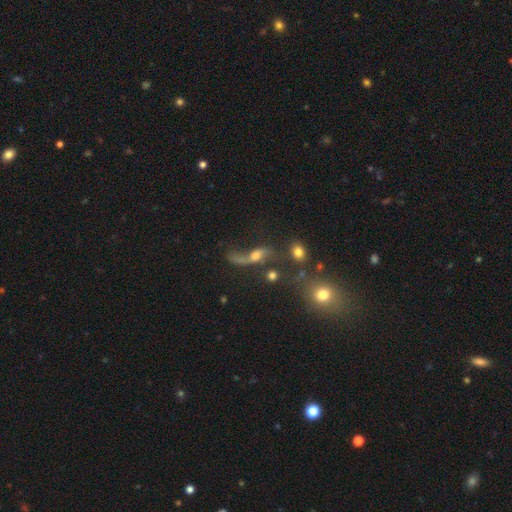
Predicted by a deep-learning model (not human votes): Smooth or featured: featured or disk — 60% (smooth — 25%)
Edge-on disk: no — 84% (yes — 16%)
Bar: no — 62% (weak — 28%)
Spiral arms: yes — 76% (no — 24%)
Bulge size: moderate — 45% (small — 31%)
Merging: none — 36% (major disturbance — 30%)